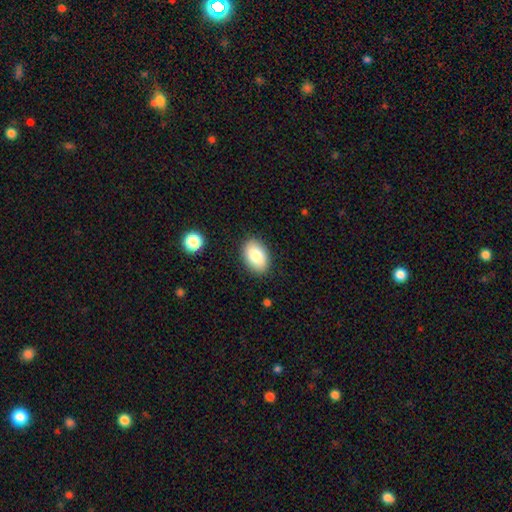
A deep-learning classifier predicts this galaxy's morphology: smooth_or_featured: smooth (p=0.82) [alt: featured or disk p=0.11]
how_rounded: in between (p=0.87) [alt: round p=0.12]
merging: none (p=0.87) [alt: minor disturbance p=0.09]